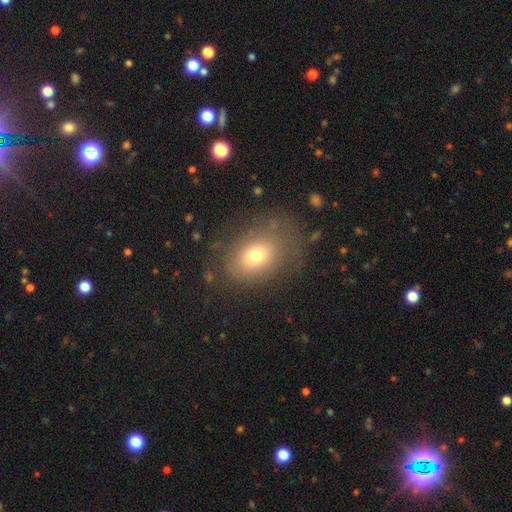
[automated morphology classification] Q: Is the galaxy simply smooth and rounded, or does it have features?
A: smooth — 68%.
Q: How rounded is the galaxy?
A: in between — 64%.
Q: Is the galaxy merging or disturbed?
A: none — 68%.